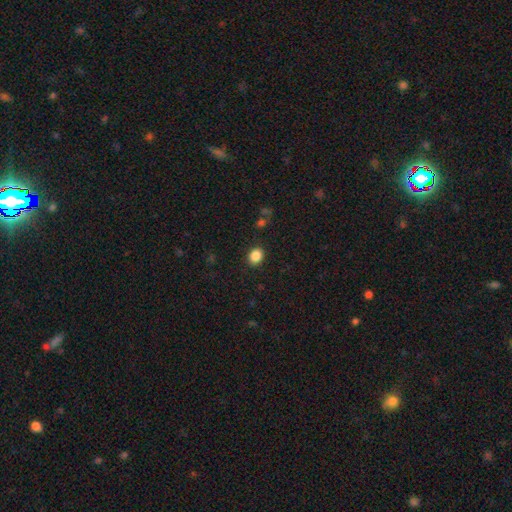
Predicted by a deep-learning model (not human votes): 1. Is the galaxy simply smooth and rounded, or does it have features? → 87% smooth, 10% star or artifact, 3% featured or disk.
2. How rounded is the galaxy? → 53% round, 46% in between, 1% cigar-shaped.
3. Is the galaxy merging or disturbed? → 89% none, 7% minor disturbance, 3% major disturbance, 1% merger.